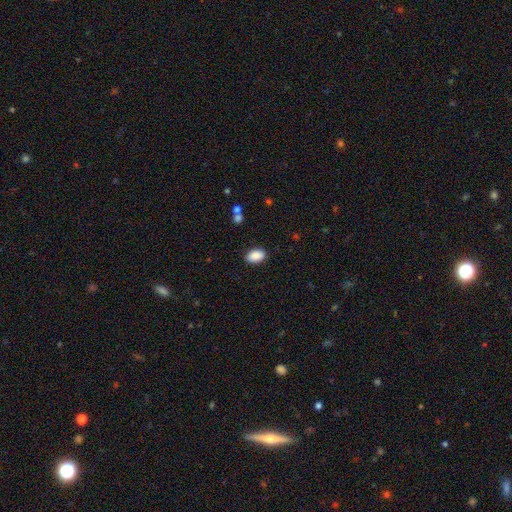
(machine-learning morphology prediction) The model was most divided on "merging": none: 87%, minor disturbance: 9%, major disturbance: 2%, merger: 1%. More confident: how rounded — in between (90%); smooth or featured — smooth (88%).